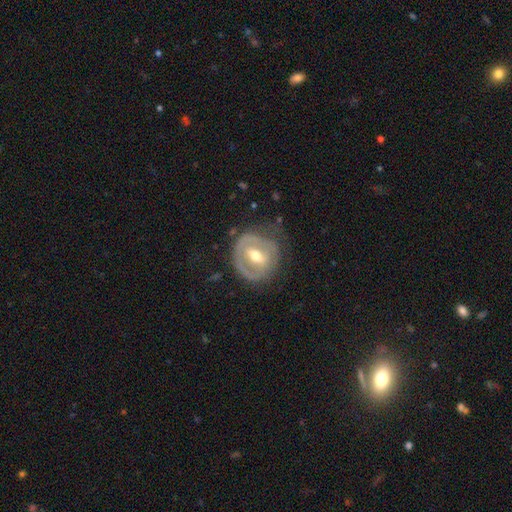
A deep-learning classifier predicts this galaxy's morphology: Smooth or featured? featured or disk (71%)
Edge-on disk? no (95%)
Bar? weak (44%)
Spiral arms? no (53%)
Bulge size? moderate (75%)
Merging? none (61%)